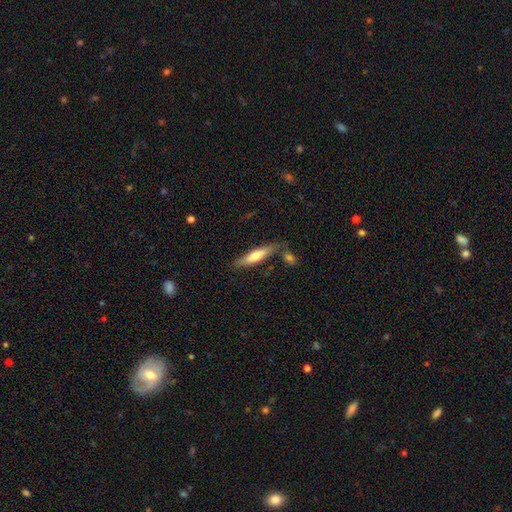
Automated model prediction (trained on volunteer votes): Smooth or featured: smooth — 60% (featured or disk — 34%)
How rounded: cigar-shaped — 80% (in between — 19%)
Merging: none — 72% (minor disturbance — 14%)